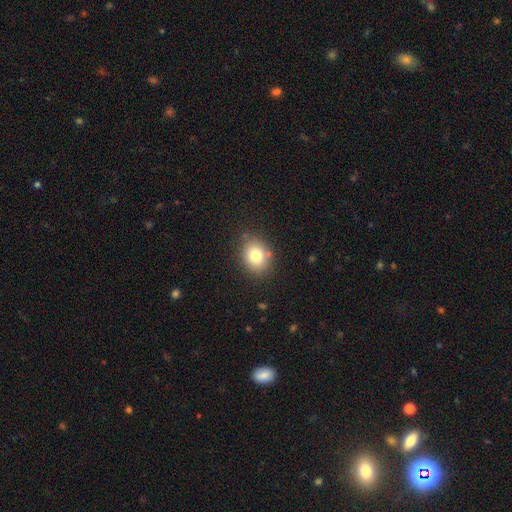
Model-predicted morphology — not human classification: A smooth galaxy with no disk features (79%) that is round (50%). Merging: none (83%).